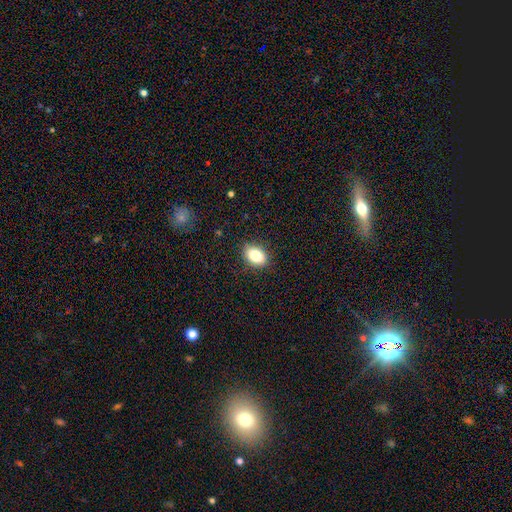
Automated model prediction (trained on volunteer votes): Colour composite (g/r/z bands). It shows a smooth galaxy with no disk features (83%) that is in between round and cigar-shaped (82%). Merging: none (87%).